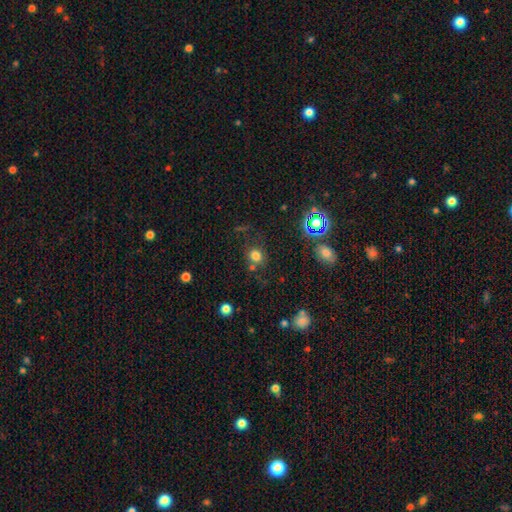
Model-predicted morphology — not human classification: A smooth galaxy with no disk features (74%) that is round (79%).

Vote fractions:
- Smooth or featured? smooth: 74% / star or artifact: 18% / featured or disk: 7%
- How rounded? round: 79% / in between: 20% / cigar-shaped: 1%
- Merging? none: 71% / minor disturbance: 13% / merger: 10% / major disturbance: 6%